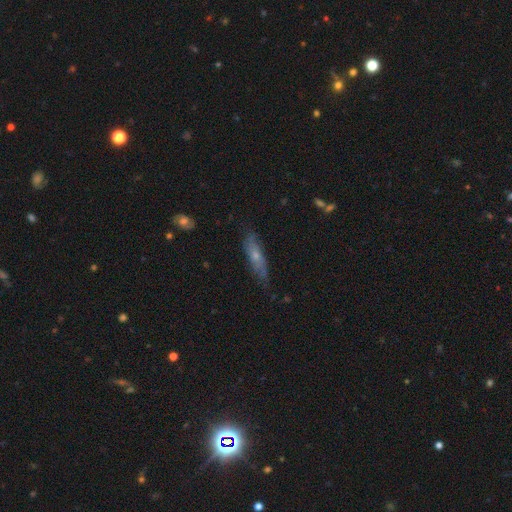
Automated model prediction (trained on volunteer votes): Smooth or featured? Predicted: featured or disk (p=0.47). Merging? Predicted: none (p=0.70).